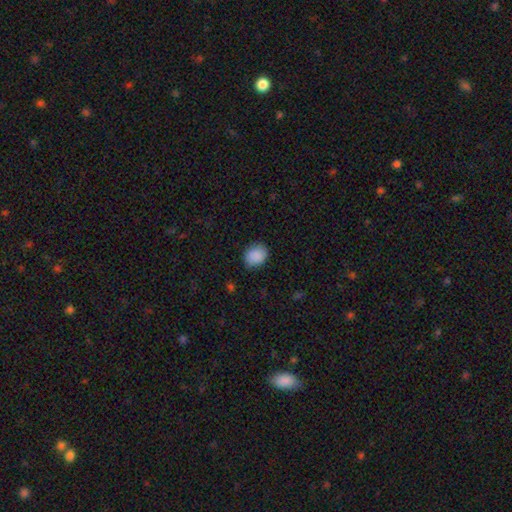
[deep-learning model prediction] Smooth or featured: smooth — 88% (star or artifact — 7%)
How rounded: round — 55% (in between — 44%)
Merging: none — 81% (minor disturbance — 15%)